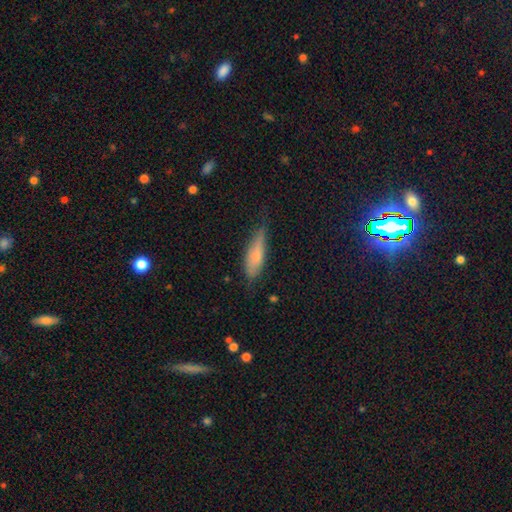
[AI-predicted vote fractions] Morphology: type=smooth (71%); roundness=cigar-shaped (54%); merging=none (60%).